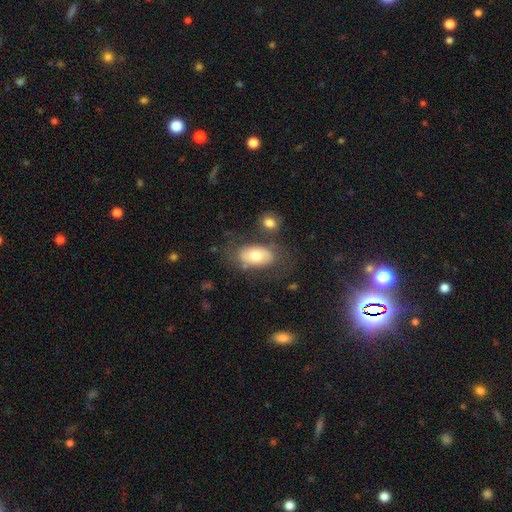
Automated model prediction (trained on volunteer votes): Smooth or featured? Predicted: smooth (p=0.64). How rounded? Predicted: in between (p=0.90). Merging? Predicted: none (p=0.63).